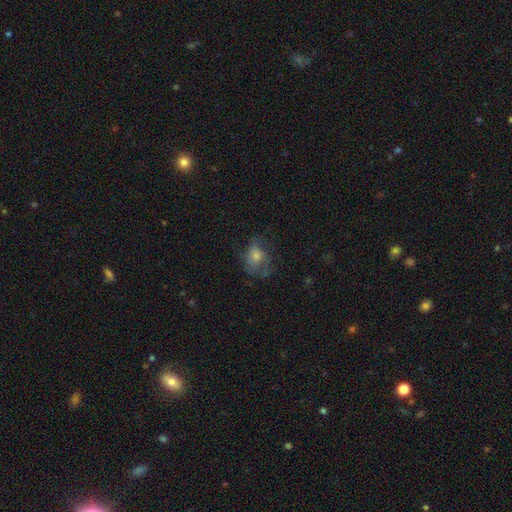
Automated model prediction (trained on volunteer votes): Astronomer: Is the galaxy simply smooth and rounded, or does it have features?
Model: smooth — 46% (runner-up: featured or disk, 38%).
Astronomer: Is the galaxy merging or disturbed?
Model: none — 51%.